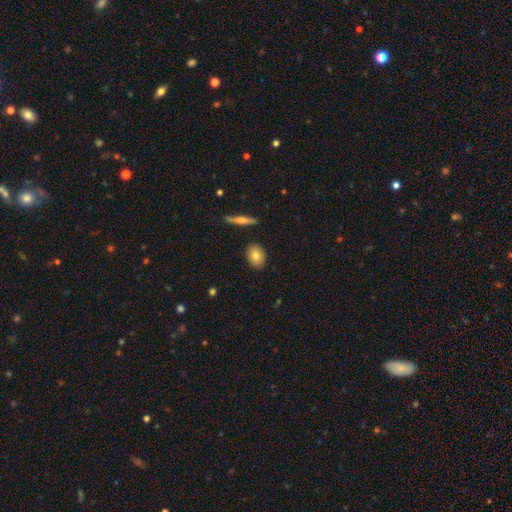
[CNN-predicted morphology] This appears to be a smooth galaxy with no disk features (78%) that is in between round and cigar-shaped (64%). Merging: none (88%).